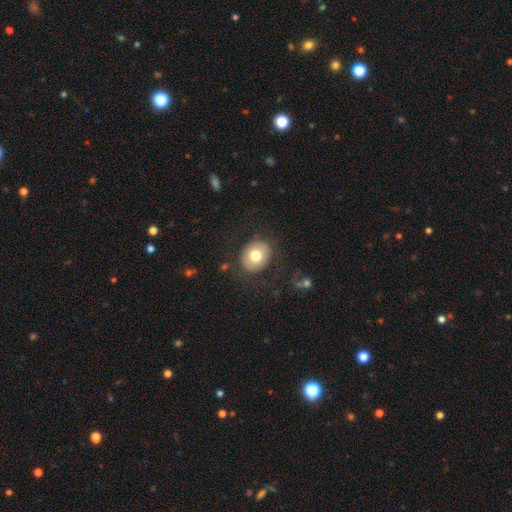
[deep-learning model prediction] This is likely a smooth galaxy (77%). How rounded: possibly round (55%). Merging: clearly none (84%).